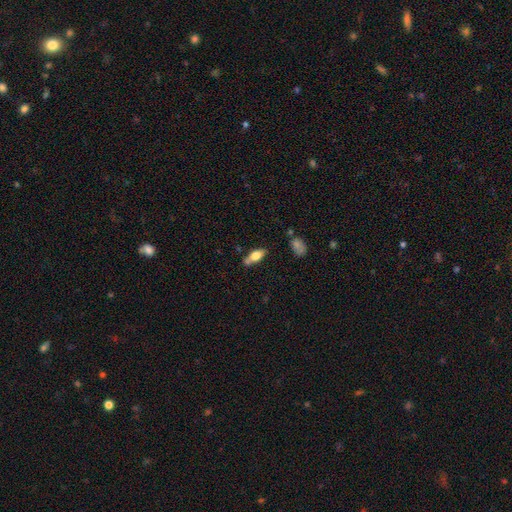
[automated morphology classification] smooth_or_featured: smooth (p=0.68) [alt: featured or disk p=0.25]
how_rounded: in between (p=0.78) [alt: cigar-shaped p=0.18]
merging: none (p=0.59) [alt: minor disturbance p=0.19]